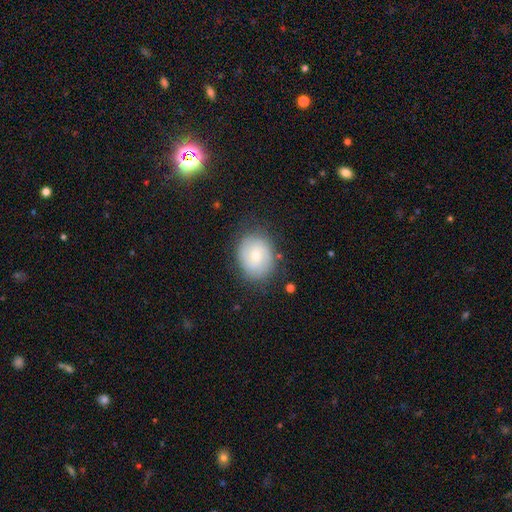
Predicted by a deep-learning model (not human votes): A smooth galaxy with no disk features (53%) that is round (57%).

Vote fractions:
- Smooth or featured? smooth: 53% / featured or disk: 40% / star or artifact: 8%
- How rounded? round: 57% / in between: 42% / cigar-shaped: 1%
- Merging? none: 80% / minor disturbance: 14% / major disturbance: 5% / merger: 1%